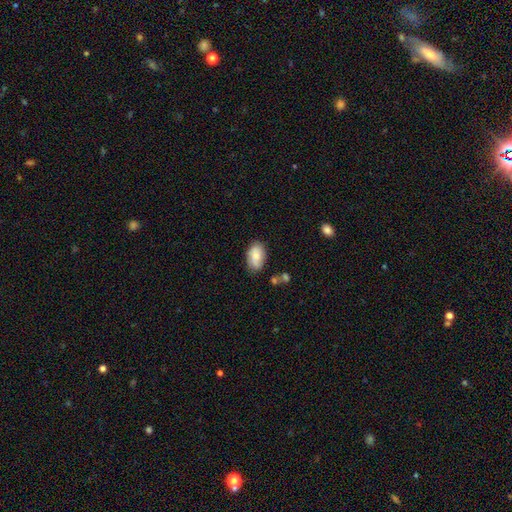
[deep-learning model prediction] Smooth or featured? Predicted: smooth (p=0.77). How rounded? Predicted: in between (p=0.92). Merging? Predicted: none (p=0.70).